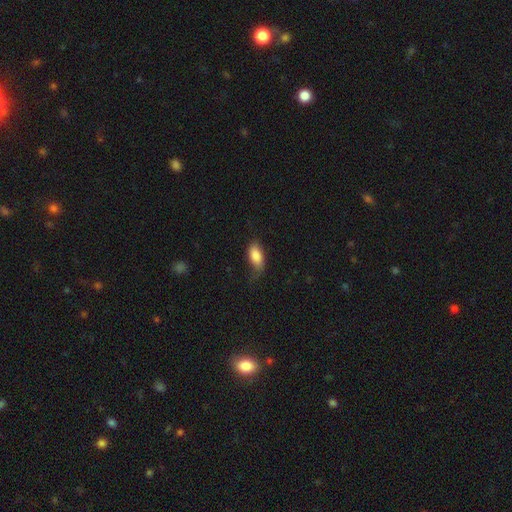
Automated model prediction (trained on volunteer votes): The model was most divided on "merging": none: 53%, minor disturbance: 31%, major disturbance: 13%, merger: 2%. More confident: how rounded — in between (89%); smooth or featured — smooth (81%).